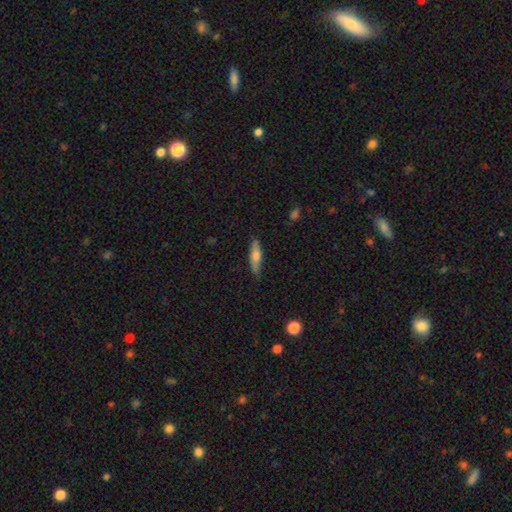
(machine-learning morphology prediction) Overall: smooth (59%; featured or disk 34%). How rounded: cigar-shaped (69%; in between 29%). Merging: none (82%).